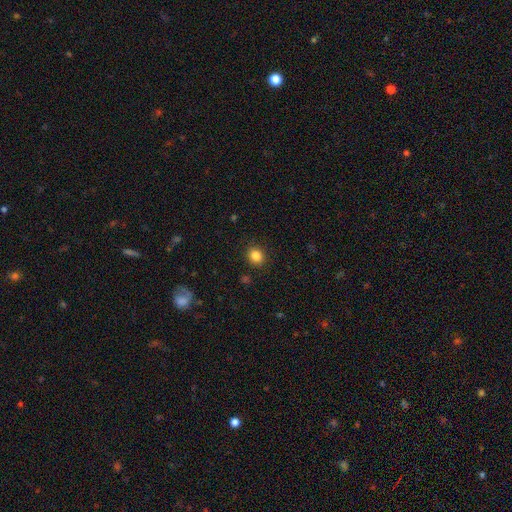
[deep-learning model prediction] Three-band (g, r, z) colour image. It shows a smooth galaxy with no disk features (85%) that is round (75%). Merging: none (89%).